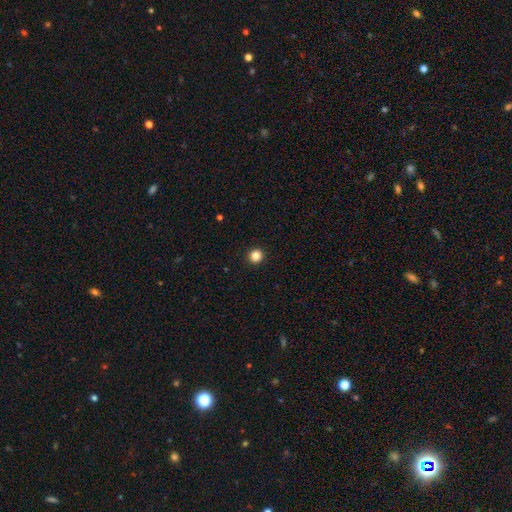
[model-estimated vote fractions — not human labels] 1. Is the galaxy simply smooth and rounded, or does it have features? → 85% smooth, 12% star or artifact, 3% featured or disk.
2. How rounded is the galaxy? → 95% round, 4% in between, 1% cigar-shaped.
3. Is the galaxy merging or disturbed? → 94% none, 4% minor disturbance, 1% major disturbance, 1% merger.